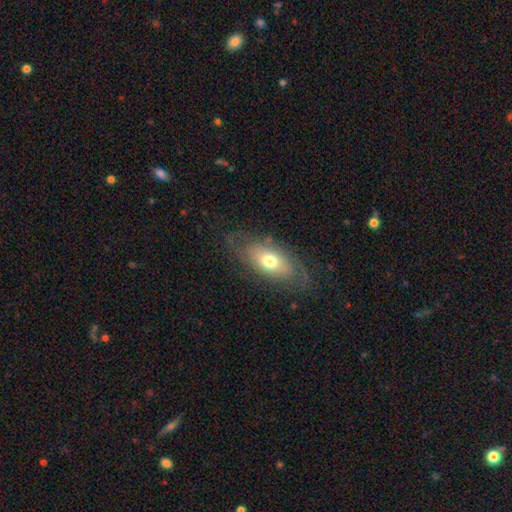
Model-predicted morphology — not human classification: Overall: featured or disk (51%; smooth 41%). Edge-on disk: no (81%). Merging: none (70%).